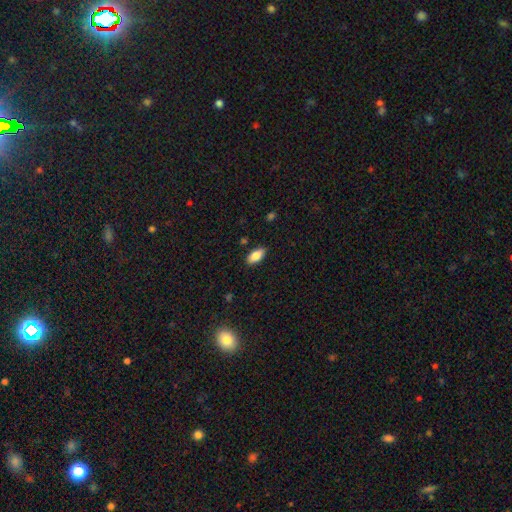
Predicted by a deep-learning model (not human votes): This appears to be a smooth galaxy with no disk features (81%) that is in between round and cigar-shaped (89%). Merging: none (87%).